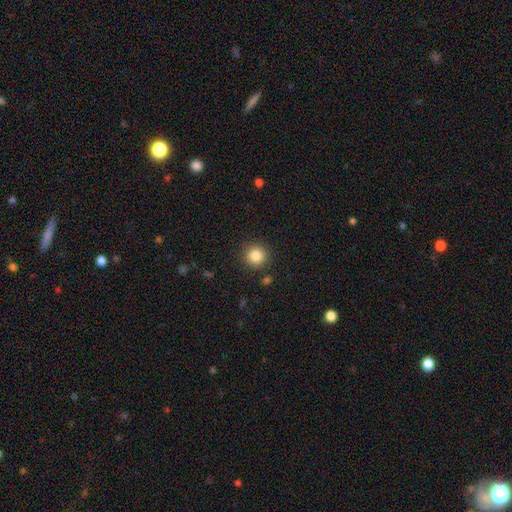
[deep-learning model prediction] Q: Smooth or featured?
A: smooth (85%); runner-up: star or artifact (10%)
Q: How rounded?
A: round (94%); runner-up: in between (5%)
Q: Merging?
A: none (89%); runner-up: minor disturbance (6%)